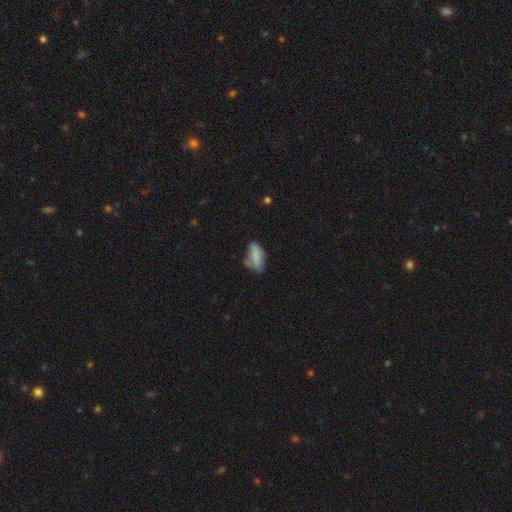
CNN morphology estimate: smooth_or_featured: smooth (p=0.77) [alt: featured or disk p=0.15]
how_rounded: in between (p=0.81) [alt: cigar-shaped p=0.16]
merging: none (p=0.50) [alt: minor disturbance p=0.34]